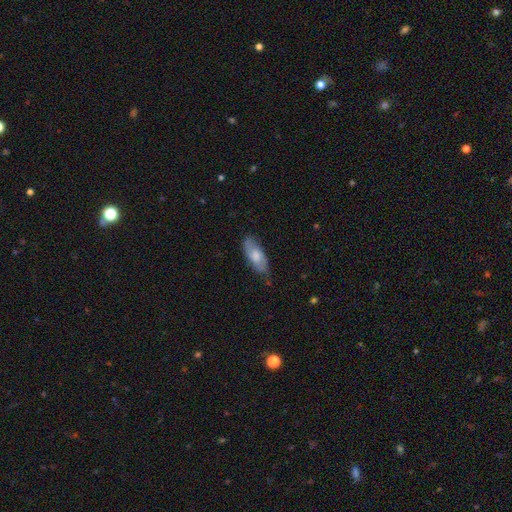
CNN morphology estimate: The model was most divided on "smooth or featured": smooth: 63%, featured or disk: 31%, star or artifact: 6%. More confident: how rounded — in between (79%); merging — none (71%).